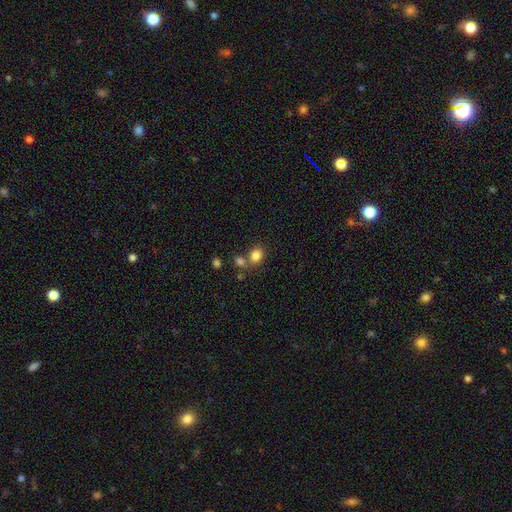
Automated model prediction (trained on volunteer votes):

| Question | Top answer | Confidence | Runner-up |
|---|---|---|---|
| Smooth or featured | smooth | 82% | star or artifact (11%) |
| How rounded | round | 57% | in between (42%) |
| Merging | none | 57% | merger (27%) |